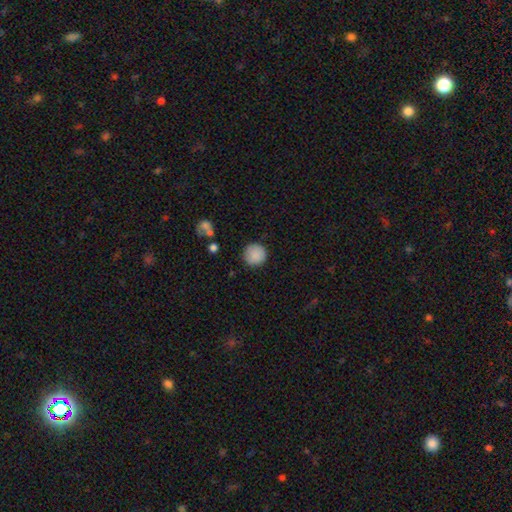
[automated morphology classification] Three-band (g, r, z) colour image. It shows a smooth galaxy with no disk features (88%) that is round (95%). Merging: none (87%).